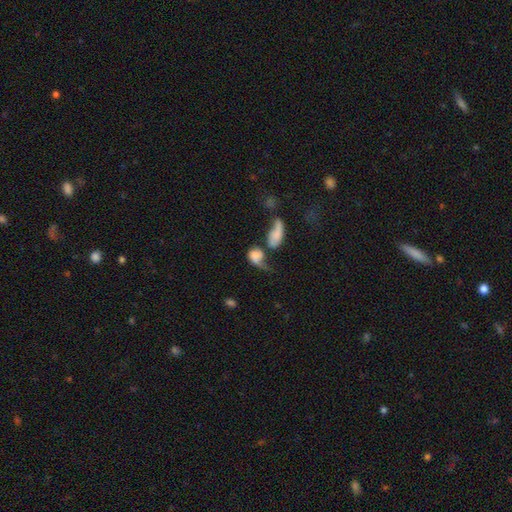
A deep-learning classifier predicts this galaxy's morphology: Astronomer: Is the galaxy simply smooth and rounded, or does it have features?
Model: smooth — 66%.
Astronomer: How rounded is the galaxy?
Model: in between — 62%.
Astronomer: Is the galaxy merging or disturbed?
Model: merger — 50%.